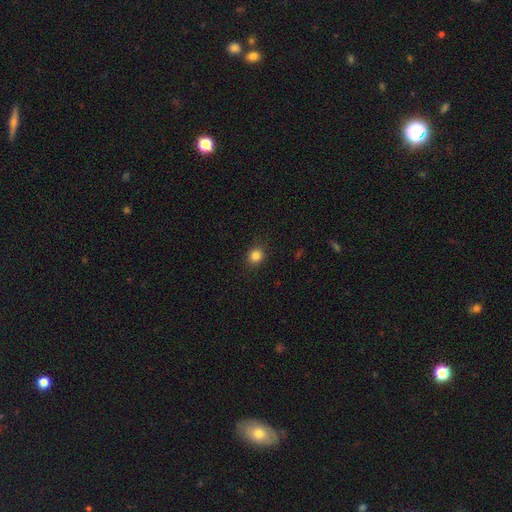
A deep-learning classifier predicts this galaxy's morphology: The model was most divided on "how rounded": round: 80%, in between: 19%, cigar-shaped: 1%. More confident: merging — none (89%); smooth or featured — smooth (83%).